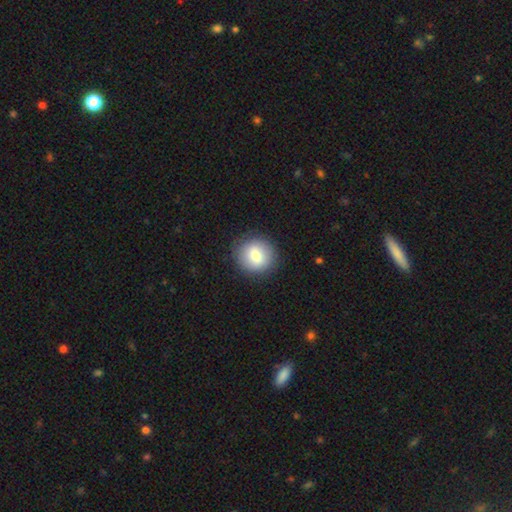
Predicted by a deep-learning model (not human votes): The model was most divided on "smooth or featured": smooth: 77%, featured or disk: 14%, star or artifact: 8%. More confident: how rounded — round (90%); merging — none (88%).